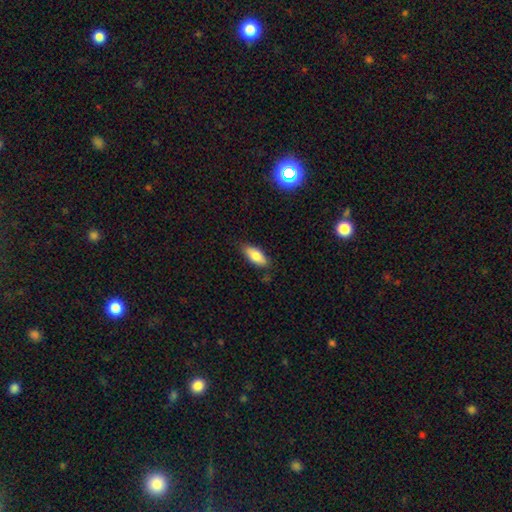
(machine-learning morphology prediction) A smooth galaxy with no disk features (79%) that is in between round and cigar-shaped (82%).

Vote fractions:
- Smooth or featured? smooth: 79% / featured or disk: 14% / star or artifact: 7%
- How rounded? in between: 82% / cigar-shaped: 15% / round: 2%
- Merging? none: 82% / minor disturbance: 14% / major disturbance: 2% / merger: 2%